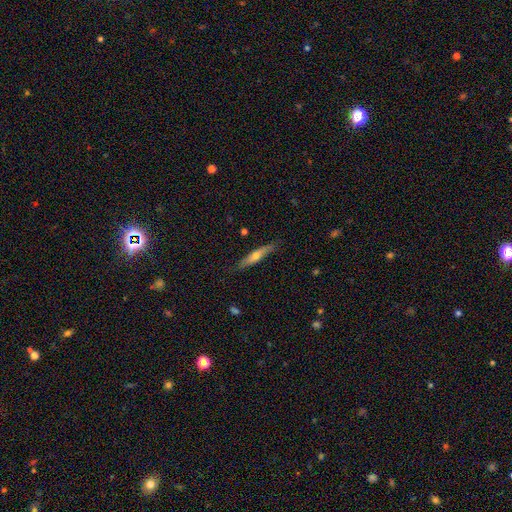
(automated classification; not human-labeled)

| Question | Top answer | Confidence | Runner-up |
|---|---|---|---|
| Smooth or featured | smooth | 47% | tied: featured or disk (47%) |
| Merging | none | 83% | minor disturbance (13%) |